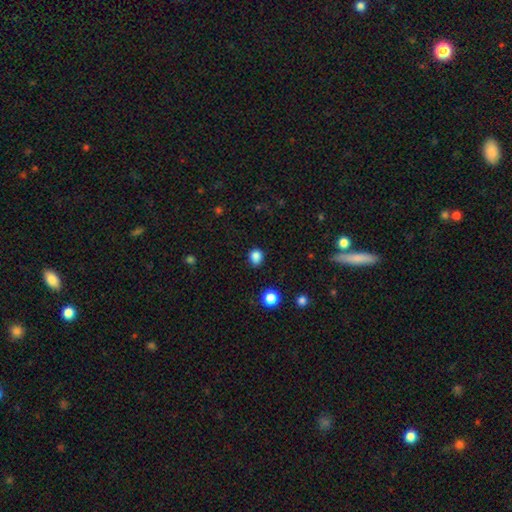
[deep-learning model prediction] Morphology: type=smooth (85%); roundness=round (65%); merging=none (79%).